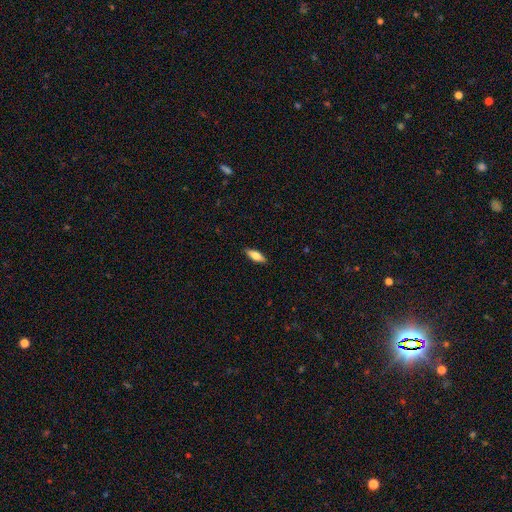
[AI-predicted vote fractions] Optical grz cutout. It shows a smooth galaxy with no disk features (70%) that is in between round and cigar-shaped (63%). Merging: none (89%).